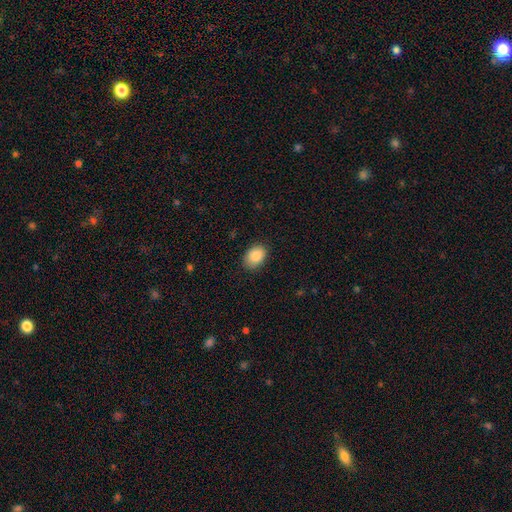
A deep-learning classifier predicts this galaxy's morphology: Smooth or featured: smooth — 88% (star or artifact — 7%)
How rounded: in between — 81% (round — 18%)
Merging: none — 84% (minor disturbance — 12%)